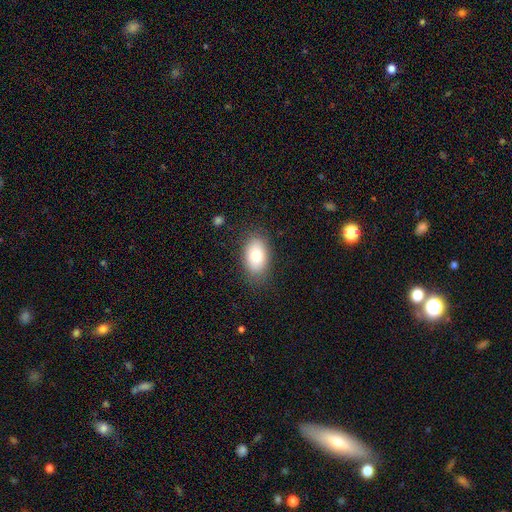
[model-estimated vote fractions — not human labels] Smooth or featured: smooth — 76% (featured or disk — 15%)
How rounded: in between — 88% (round — 11%)
Merging: none — 84% (minor disturbance — 12%)